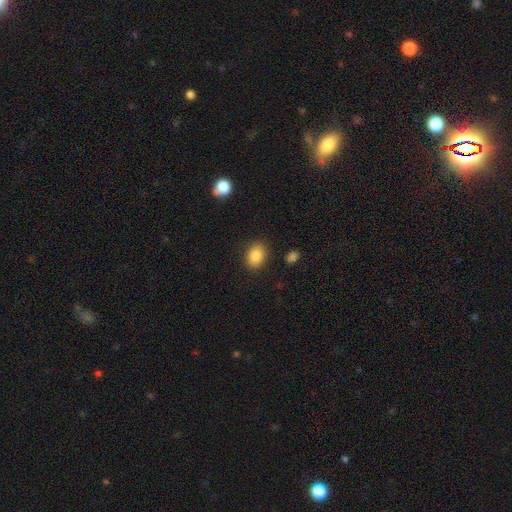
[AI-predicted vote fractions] Smooth or featured?
  - smooth: 87% *
  - star or artifact: 9%
  - featured or disk: 5%
How rounded?
  - in between: 68% *
  - round: 31%
  - cigar-shaped: 1%
Merging?
  - none: 86% *
  - minor disturbance: 10%
  - major disturbance: 3%
  - merger: 2%